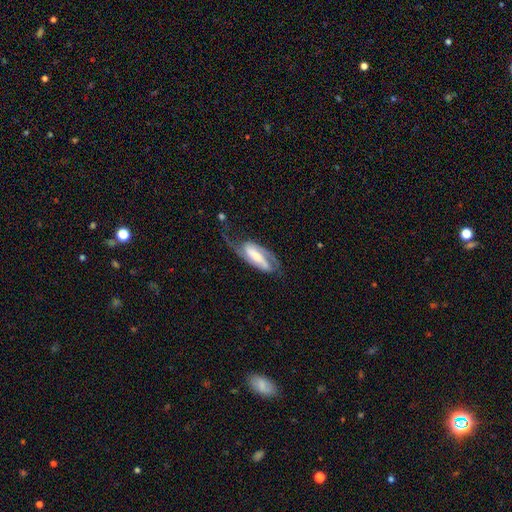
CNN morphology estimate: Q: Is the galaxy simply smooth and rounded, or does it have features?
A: featured or disk — 77%.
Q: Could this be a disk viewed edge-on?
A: no — 92%.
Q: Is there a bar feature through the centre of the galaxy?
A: strong — 49%.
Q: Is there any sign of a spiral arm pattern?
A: yes — 92%.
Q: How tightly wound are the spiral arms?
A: medium — 39%, tied with loose.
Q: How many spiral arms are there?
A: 2 — 73%.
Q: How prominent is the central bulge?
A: small — 42%.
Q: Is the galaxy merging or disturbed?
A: none — 39%.